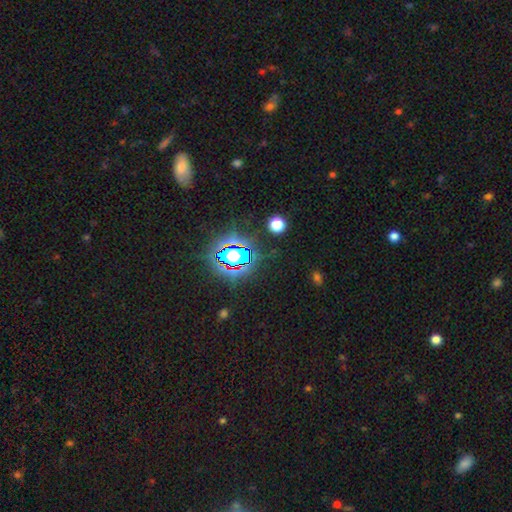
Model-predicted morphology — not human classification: A star or artifact, not a galaxy (76%).